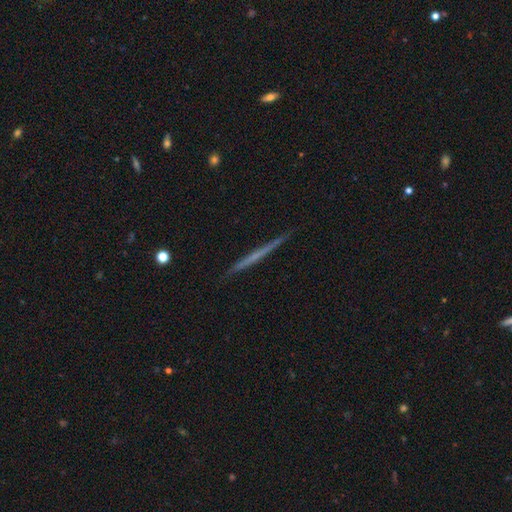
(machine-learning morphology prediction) type=featured or disk (56%); edge-on=yes (98%); edge-on bulge=none (90%); merging=none (91%).